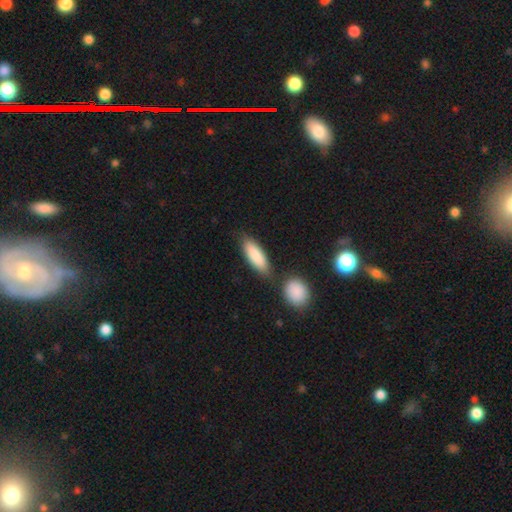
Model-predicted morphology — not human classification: This appears to be a smooth galaxy with no disk features (86%) that is in between round and cigar-shaped (60%). Merging: none (66%).